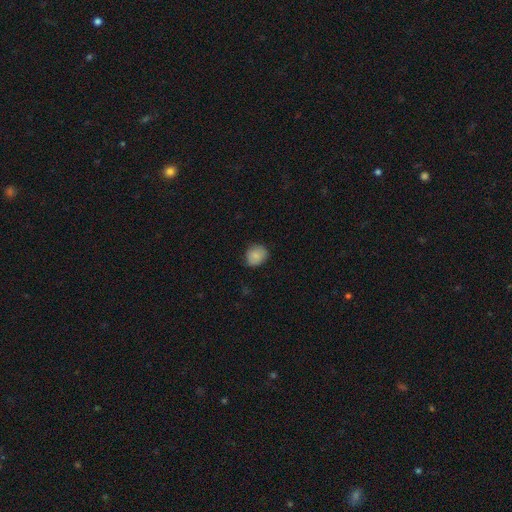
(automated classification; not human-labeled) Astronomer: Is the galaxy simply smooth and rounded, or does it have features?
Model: smooth — 86%.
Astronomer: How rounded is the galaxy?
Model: round — 72%.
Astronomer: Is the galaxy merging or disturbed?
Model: none — 79%.